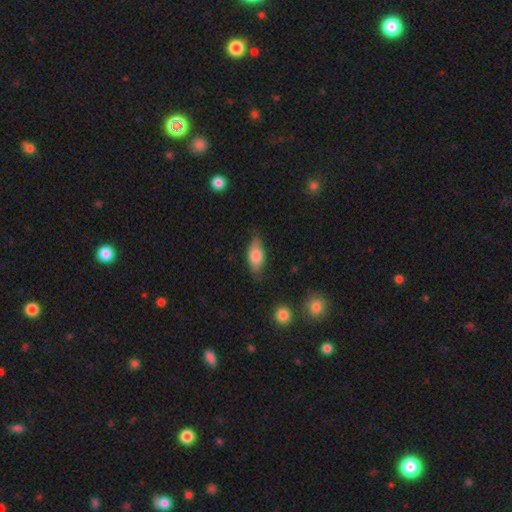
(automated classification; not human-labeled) smooth 77%, featured or disk 17%, star or artifact 6%. Down the decision tree: how rounded — in between (83%); merging — none (69%).